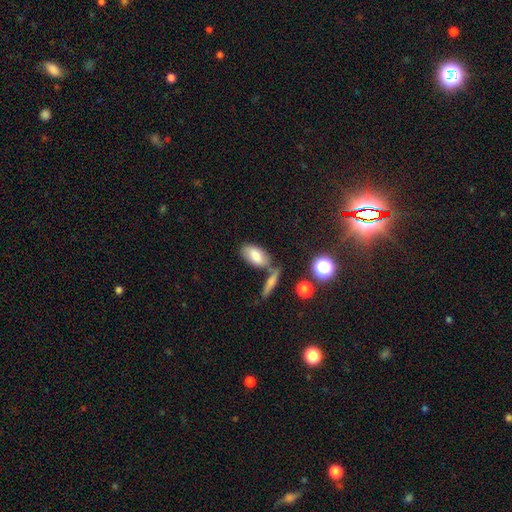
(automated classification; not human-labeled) The model was most divided on "merging": none: 56%, merger: 23%, minor disturbance: 15%, major disturbance: 5%. More confident: how rounded — in between (89%); smooth or featured — smooth (78%).